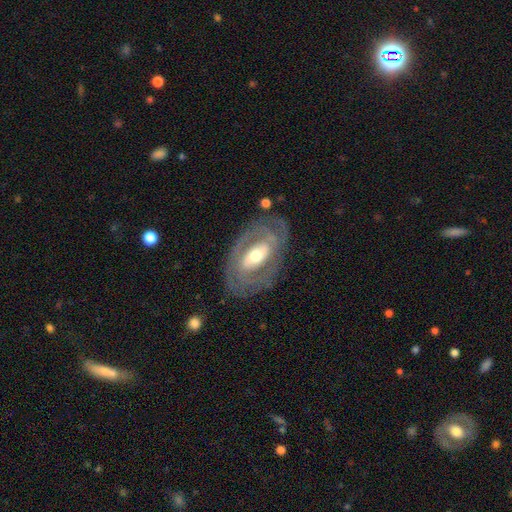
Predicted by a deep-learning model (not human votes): This is likely a featured or disk galaxy (78%). It is clearly not viewed edge-on (93%). Bar: marginally no (35%). Spiral arm pattern: likely yes (70%). Spiral arm count: possibly 2 (55%). Spiral winding: possibly tight (58%). Central bulge: likely moderate (64%). Merging: likely none (76%).